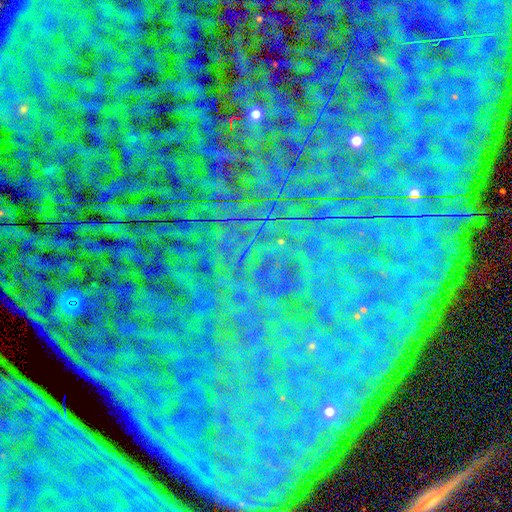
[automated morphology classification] star or artifact 87%, featured or disk 7%, smooth 6%.